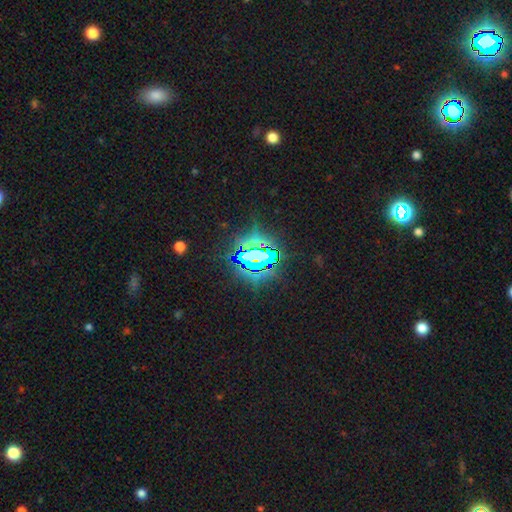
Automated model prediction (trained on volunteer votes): Smooth or featured? Predicted: star or artifact (p=0.79).